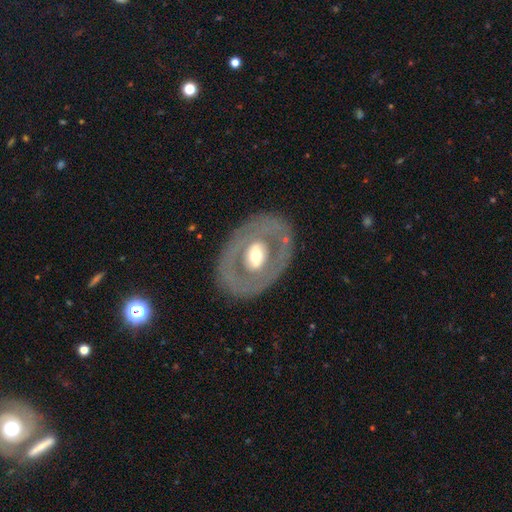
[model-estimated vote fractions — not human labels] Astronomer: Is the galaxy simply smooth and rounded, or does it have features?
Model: featured or disk — 63%.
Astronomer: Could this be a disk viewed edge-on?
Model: no — 92%.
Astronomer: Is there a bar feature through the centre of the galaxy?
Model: no — 70%.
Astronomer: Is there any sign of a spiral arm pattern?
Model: no — 88%.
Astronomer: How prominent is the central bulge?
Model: moderate — 61%.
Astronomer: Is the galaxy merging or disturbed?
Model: none — 80%.